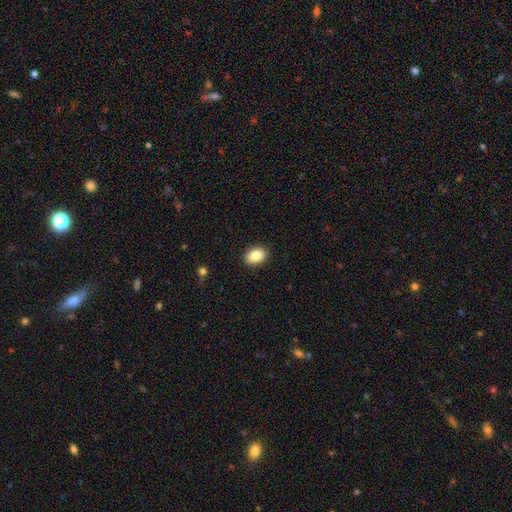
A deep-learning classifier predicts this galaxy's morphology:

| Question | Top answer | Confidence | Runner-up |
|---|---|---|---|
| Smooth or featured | smooth | 84% | star or artifact (8%) |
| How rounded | in between | 74% | round (24%) |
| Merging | none | 90% | minor disturbance (8%) |